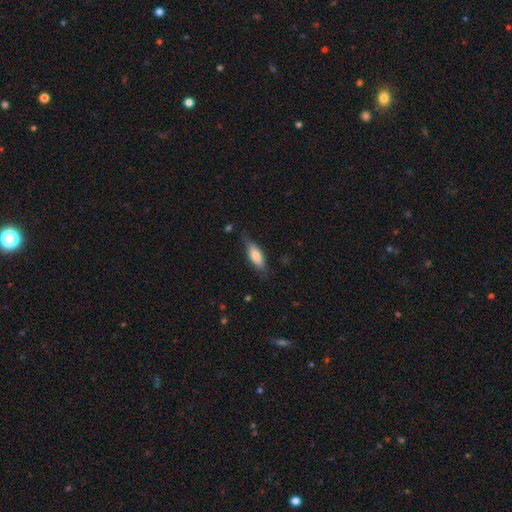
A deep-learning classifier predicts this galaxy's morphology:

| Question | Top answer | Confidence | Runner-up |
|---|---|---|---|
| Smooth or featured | smooth | 73% | featured or disk (21%) |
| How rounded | in between | 59% | cigar-shaped (39%) |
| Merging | none | 74% | minor disturbance (20%) |